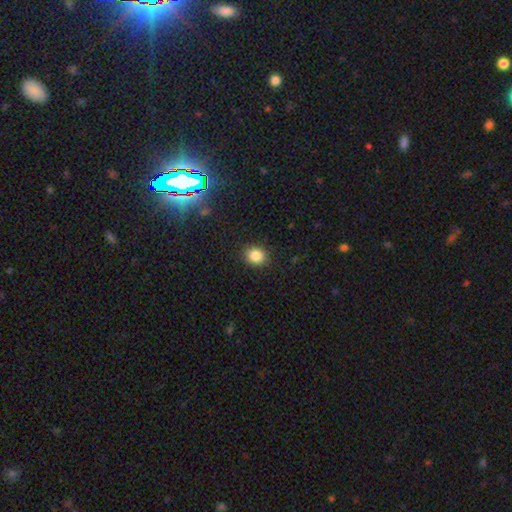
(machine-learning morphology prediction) smooth_or_featured: smooth (p=0.85) [alt: star or artifact p=0.11]
how_rounded: round (p=0.62) [alt: in between p=0.37]
merging: none (p=0.89) [alt: minor disturbance p=0.08]